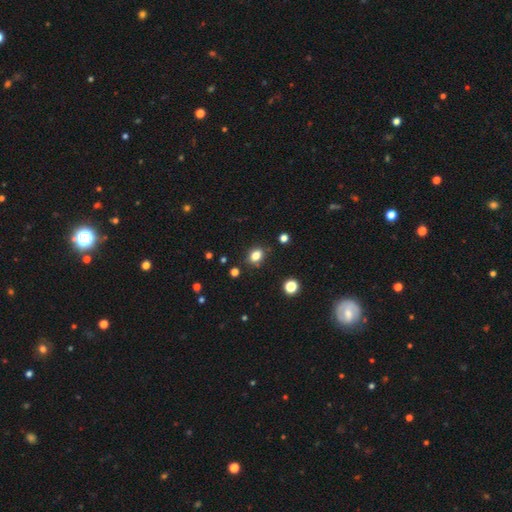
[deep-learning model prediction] This appears to be a smooth galaxy with no disk features (81%) that is in between round and cigar-shaped (57%). Merging: none (82%).